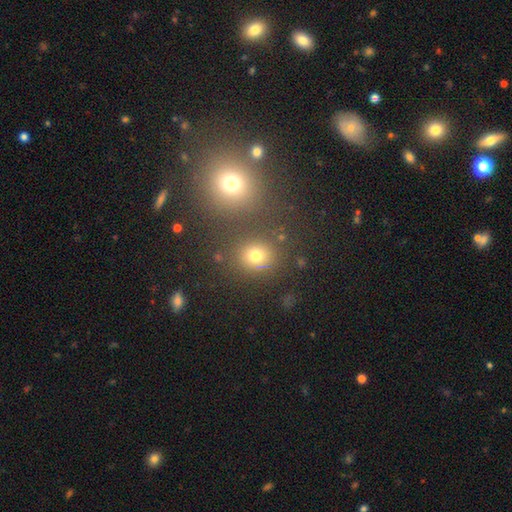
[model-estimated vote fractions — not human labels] A smooth galaxy with no disk features (71%) that is round (75%).

Vote fractions:
- Smooth or featured? smooth: 71% / star or artifact: 20% / featured or disk: 9%
- How rounded? round: 75% / in between: 23% / cigar-shaped: 1%
- Merging? none: 77% / minor disturbance: 9% / merger: 9% / major disturbance: 4%